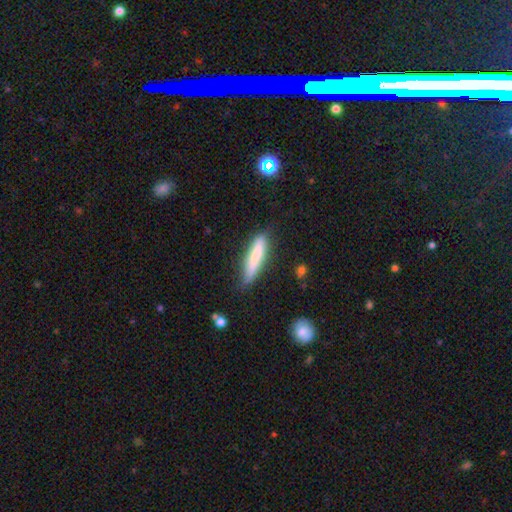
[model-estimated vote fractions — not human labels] Q: Smooth or featured?
A: smooth (72%); runner-up: featured or disk (22%)
Q: How rounded?
A: cigar-shaped (87%); runner-up: in between (11%)
Q: Merging?
A: none (75%); runner-up: minor disturbance (19%)